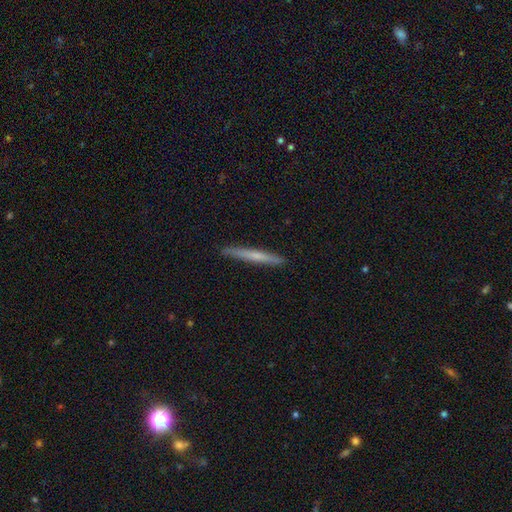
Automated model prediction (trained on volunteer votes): Overall: smooth (52%; featured or disk 42%). How rounded: cigar-shaped (97%). Merging: none (91%).